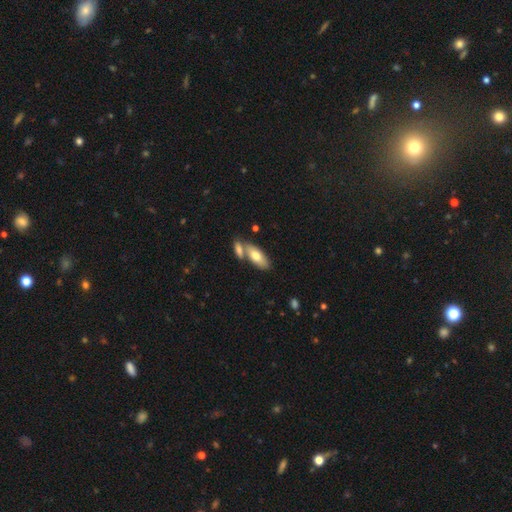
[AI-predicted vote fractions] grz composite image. It shows a smooth galaxy with no disk features (71%) that is in between round and cigar-shaped (80%). Merging: none (51%).